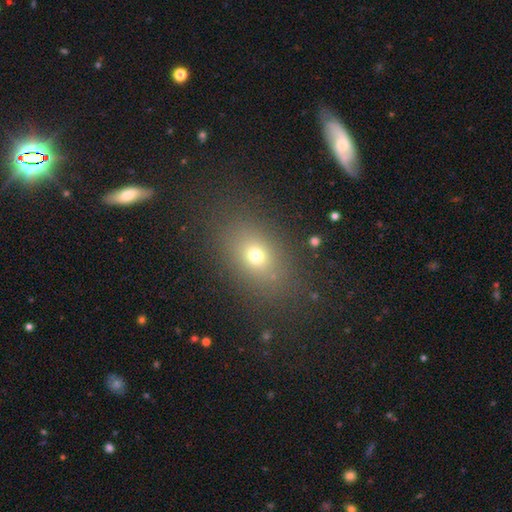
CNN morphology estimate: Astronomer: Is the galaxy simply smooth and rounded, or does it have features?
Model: smooth — 70%.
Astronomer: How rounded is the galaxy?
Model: in between — 71%.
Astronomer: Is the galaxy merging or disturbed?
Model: none — 83%.